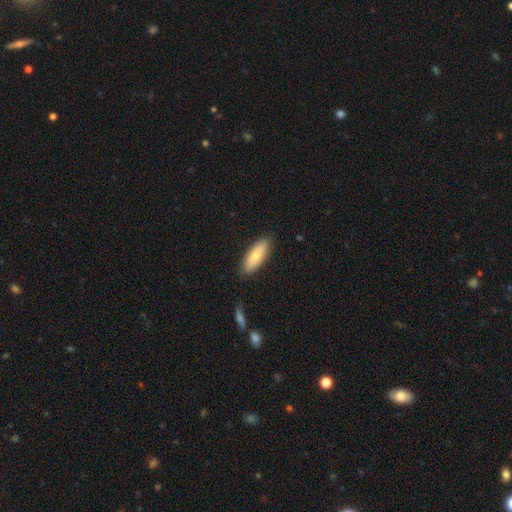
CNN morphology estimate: Smooth or featured: smooth — 75% (featured or disk — 19%)
How rounded: in between — 72% (cigar-shaped — 26%)
Merging: none — 84% (minor disturbance — 12%)